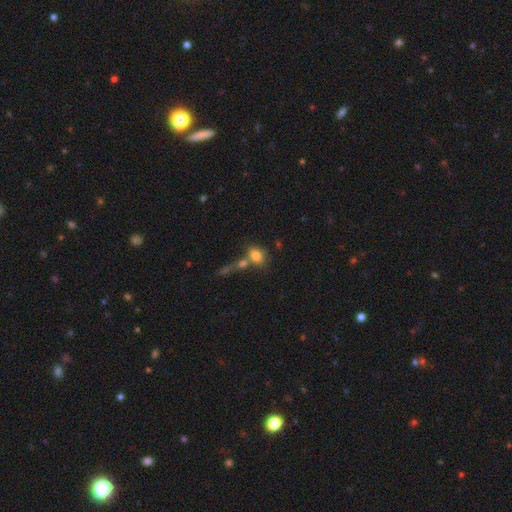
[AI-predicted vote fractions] Q: Smooth or featured?
A: smooth (79%); runner-up: featured or disk (11%)
Q: How rounded?
A: in between (64%); runner-up: round (34%)
Q: Merging?
A: merger (42%); runner-up: none (41%)